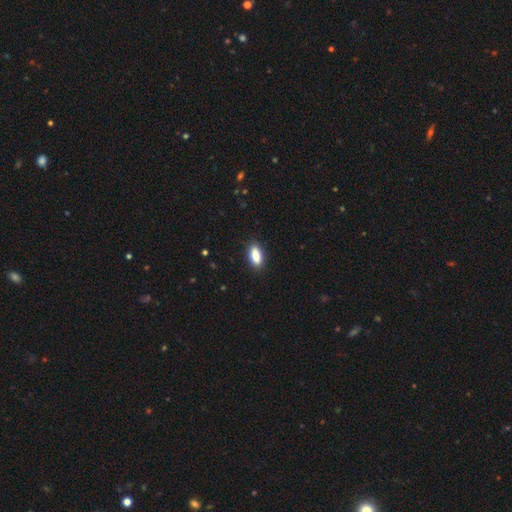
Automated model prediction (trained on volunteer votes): Smooth or featured?
  - smooth: 85% *
  - featured or disk: 8%
  - star or artifact: 7%
How rounded?
  - in between: 82% *
  - cigar-shaped: 14%
  - round: 3%
Merging?
  - none: 87% *
  - minor disturbance: 10%
  - major disturbance: 2%
  - merger: 1%